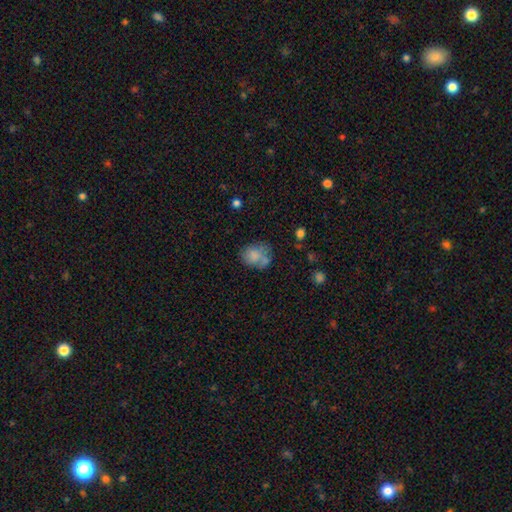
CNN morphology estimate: Overall: smooth (72%). How rounded: round (55%; in between 44%). Merging: none (45%; minor disturbance 24%).